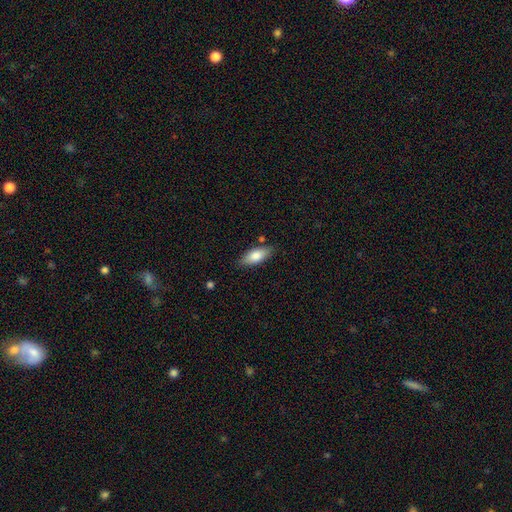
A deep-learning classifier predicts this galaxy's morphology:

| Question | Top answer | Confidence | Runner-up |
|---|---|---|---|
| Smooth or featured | smooth | 79% | featured or disk (15%) |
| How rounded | in between | 82% | cigar-shaped (16%) |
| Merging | none | 82% | minor disturbance (13%) |